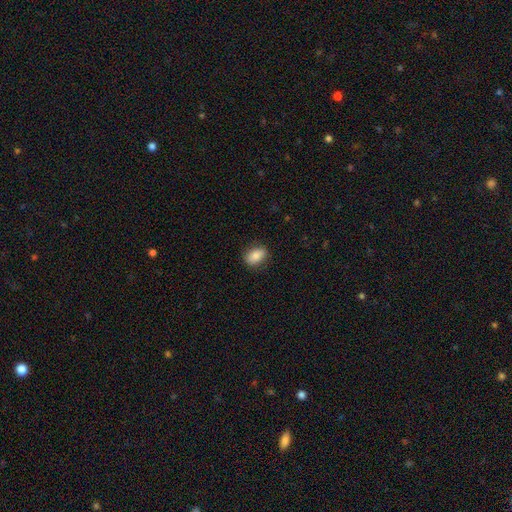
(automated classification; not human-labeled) Smooth or featured: smooth — 83% (featured or disk — 10%)
How rounded: in between — 82% (round — 16%)
Merging: none — 83% (minor disturbance — 13%)